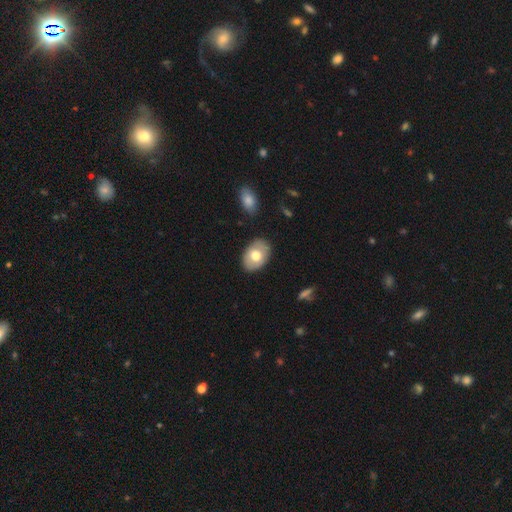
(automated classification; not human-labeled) This is likely a smooth galaxy (65%). How rounded: likely in between (80%). Merging: clearly none (85%).